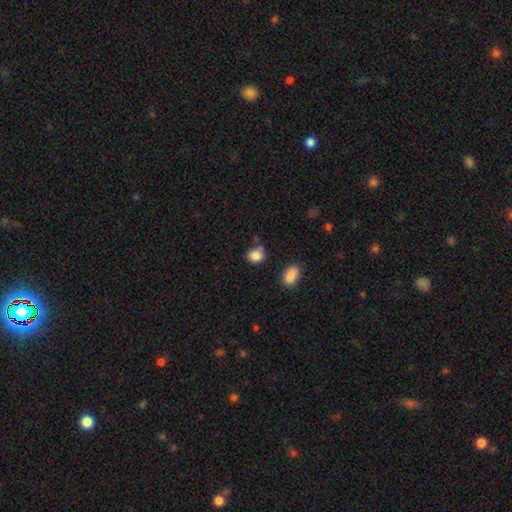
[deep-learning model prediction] smooth 84%, star or artifact 10%, featured or disk 6%. Down the decision tree: how rounded — round (58%); merging — none (55%).